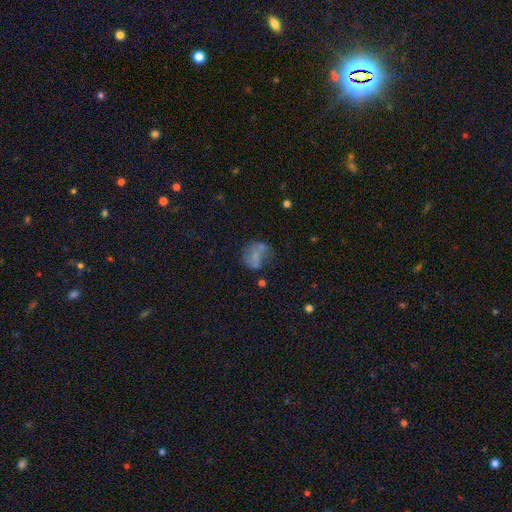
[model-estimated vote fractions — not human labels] Smooth or featured? smooth (53%)
How rounded? in between (49%, tied with round)
Merging? none (34%)